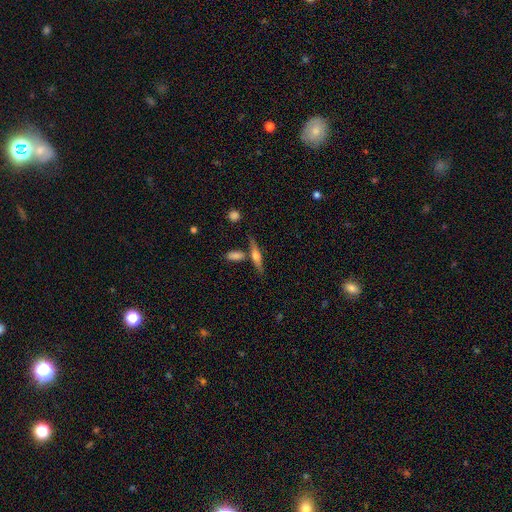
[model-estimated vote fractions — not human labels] This is likely a featured or disk galaxy (61%). It is clearly viewed edge-on (95%). Edge-on bulge: clearly rounded (85%). Merging: likely none (71%).